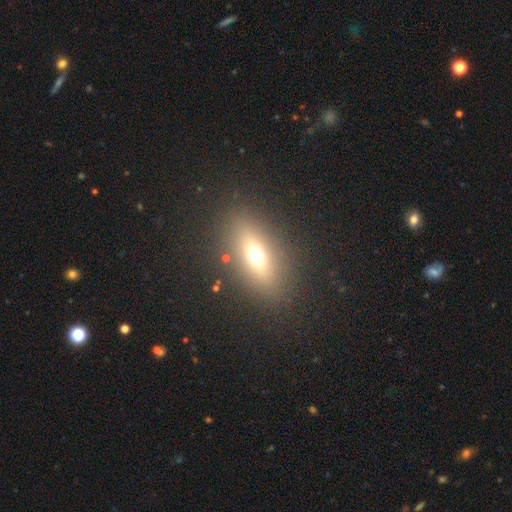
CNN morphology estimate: The model was most divided on "smooth or featured": smooth: 57%, featured or disk: 23%, star or artifact: 20%. More confident: merging — none (85%); how rounded — in between (69%).